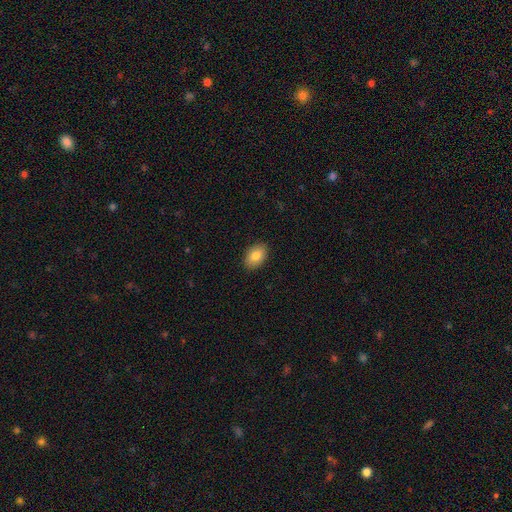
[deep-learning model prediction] The model was most divided on "smooth or featured": smooth: 83%, featured or disk: 10%, star or artifact: 7%. More confident: merging — none (89%); how rounded — in between (86%).